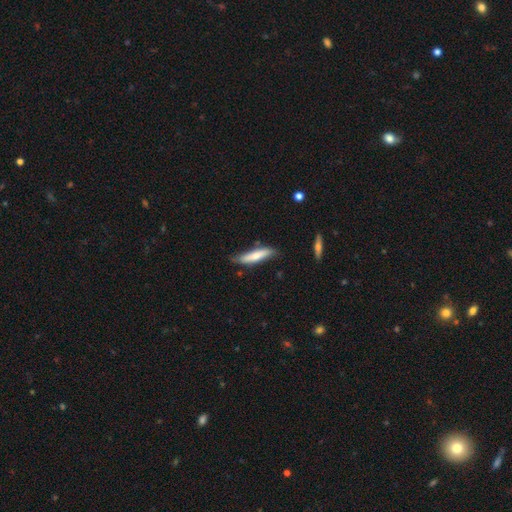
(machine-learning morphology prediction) smooth 68%, featured or disk 26%, star or artifact 6%. Down the decision tree: how rounded — cigar-shaped (79%); merging — none (69%).